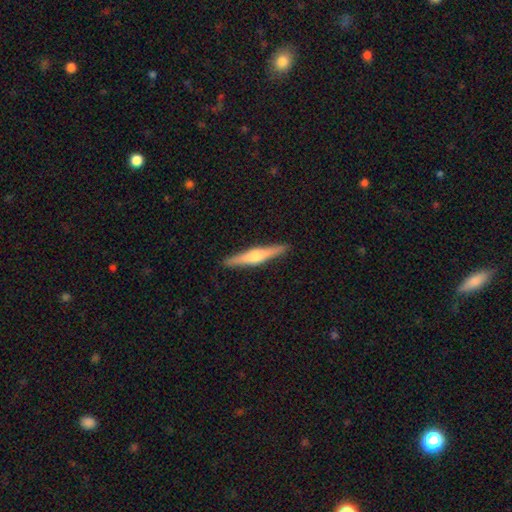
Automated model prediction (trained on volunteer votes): smooth_or_featured: featured or disk (p=0.64) [alt: smooth p=0.31]
disk_edge_on: yes (p=0.98) [alt: no p=0.02]
edge_on_bulge: rounded (p=0.89) [alt: none p=0.06]
merging: none (p=0.91) [alt: minor disturbance p=0.06]